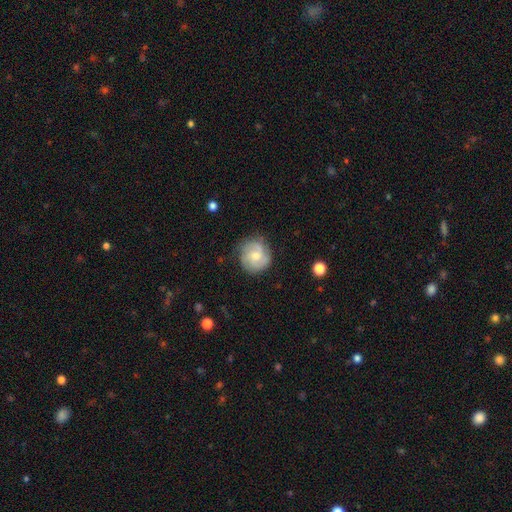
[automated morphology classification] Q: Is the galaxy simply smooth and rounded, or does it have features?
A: featured or disk — 63%.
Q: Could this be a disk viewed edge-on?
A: no — 98%.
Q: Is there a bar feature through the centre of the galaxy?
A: no — 66%.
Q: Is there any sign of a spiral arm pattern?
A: yes — 91%.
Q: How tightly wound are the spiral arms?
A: tight — 52%.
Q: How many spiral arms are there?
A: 2 — 34%.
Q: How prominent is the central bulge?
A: moderate — 52%.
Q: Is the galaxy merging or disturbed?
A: none — 77%.